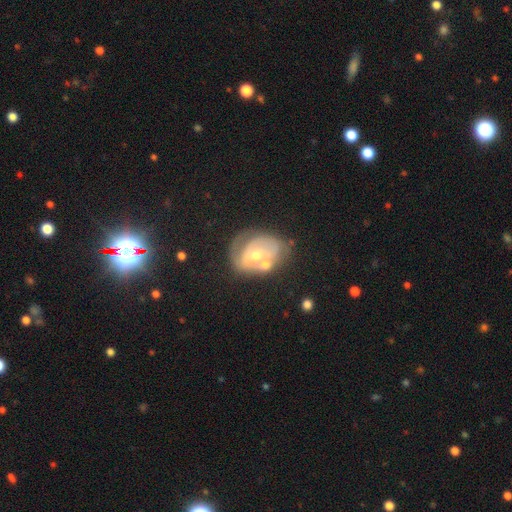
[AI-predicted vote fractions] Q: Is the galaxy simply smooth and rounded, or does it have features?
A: featured or disk — 65%.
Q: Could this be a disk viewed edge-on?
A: no — 96%.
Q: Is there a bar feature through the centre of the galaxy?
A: no — 74%.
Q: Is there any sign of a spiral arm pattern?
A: yes — 58%.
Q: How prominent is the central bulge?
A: moderate — 59%.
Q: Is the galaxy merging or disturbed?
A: none — 38%.